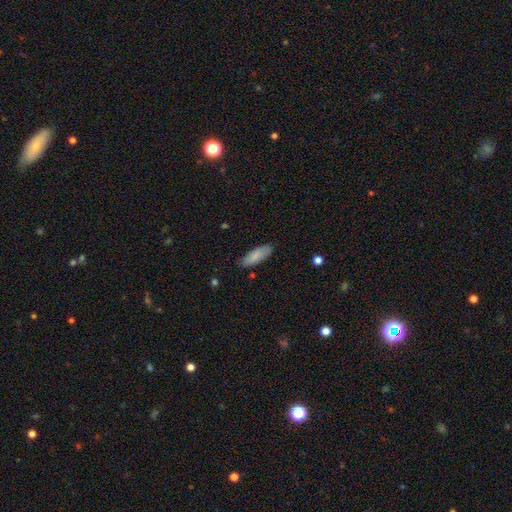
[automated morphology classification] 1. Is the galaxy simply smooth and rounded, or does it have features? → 83% smooth, 11% featured or disk, 6% star or artifact.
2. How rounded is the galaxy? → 68% in between, 30% cigar-shaped, 2% round.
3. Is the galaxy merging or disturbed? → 81% none, 15% minor disturbance, 2% major disturbance, 1% merger.